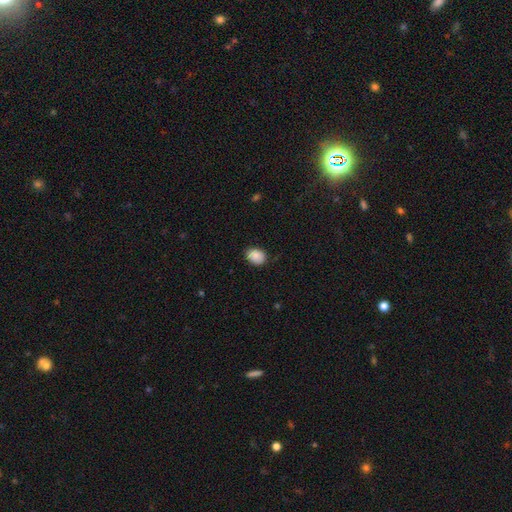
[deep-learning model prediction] Q: Smooth or featured?
A: smooth (88%); runner-up: star or artifact (8%)
Q: How rounded?
A: in between (67%); runner-up: round (32%)
Q: Merging?
A: none (85%); runner-up: minor disturbance (12%)